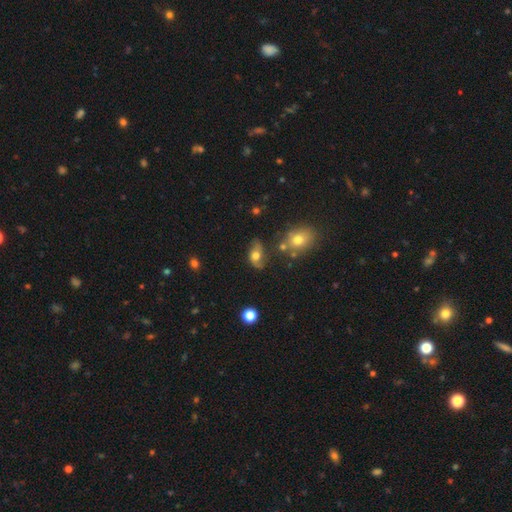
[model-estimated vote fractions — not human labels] This appears to be a featured or disk galaxy (50%). Merging: none (57%).